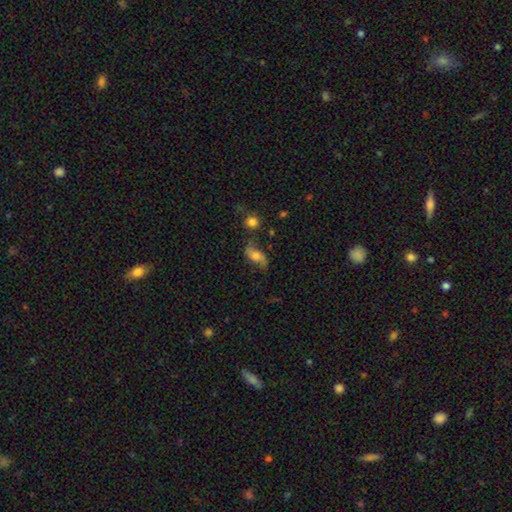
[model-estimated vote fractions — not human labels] This appears to be a featured or disk galaxy (47%). Merging: none (57%).